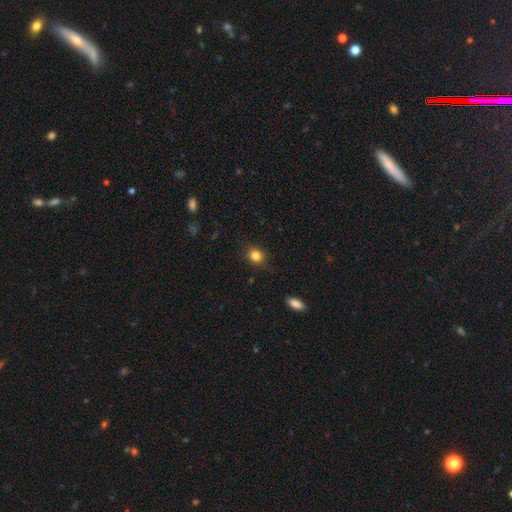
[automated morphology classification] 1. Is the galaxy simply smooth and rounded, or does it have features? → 83% smooth, 11% star or artifact, 5% featured or disk.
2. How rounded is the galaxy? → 69% round, 30% in between, 1% cigar-shaped.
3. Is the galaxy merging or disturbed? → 85% none, 12% minor disturbance, 3% major disturbance, 1% merger.